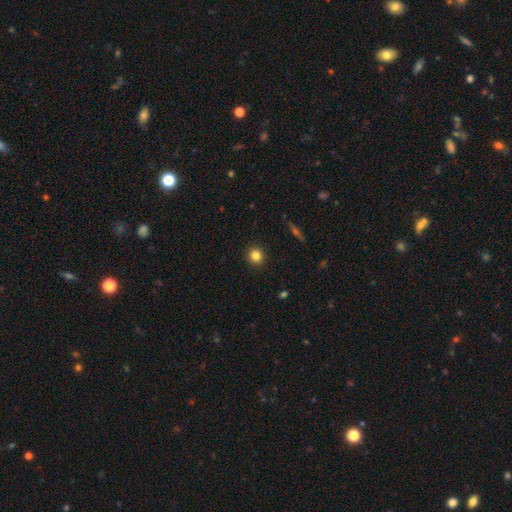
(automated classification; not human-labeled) The model was most divided on "smooth or featured": smooth: 83%, star or artifact: 11%, featured or disk: 6%. More confident: merging — none (92%); how rounded — round (88%).